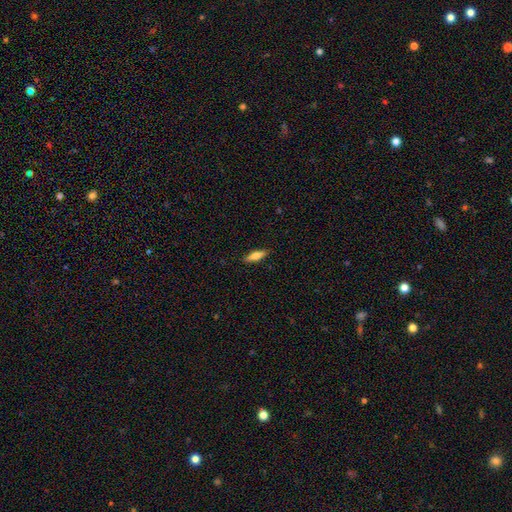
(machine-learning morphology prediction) The model was most divided on "how rounded": cigar-shaped: 55%, in between: 43%, round: 2%. More confident: merging — none (87%); smooth or featured — smooth (70%).